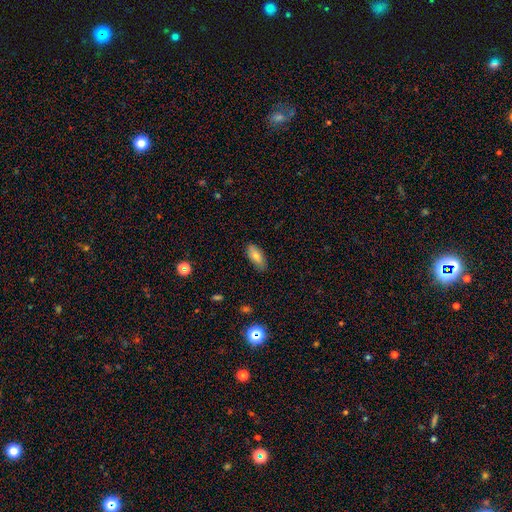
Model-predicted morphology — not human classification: Q: Smooth or featured?
A: smooth (76%); runner-up: featured or disk (16%)
Q: How rounded?
A: in between (83%); runner-up: cigar-shaped (14%)
Q: Merging?
A: none (85%); runner-up: minor disturbance (12%)